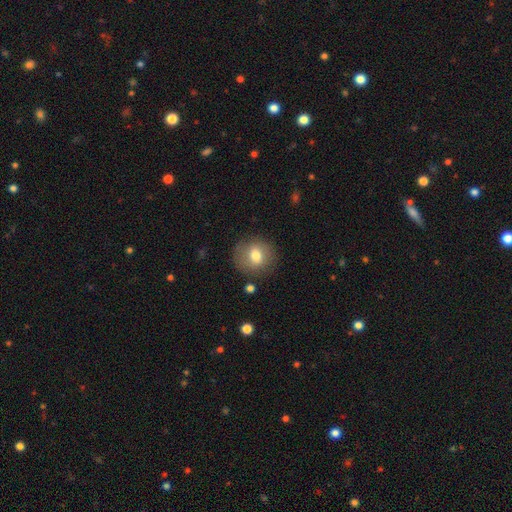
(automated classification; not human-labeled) This is likely a smooth galaxy (74%). How rounded: clearly round (83%). Merging: clearly none (83%).